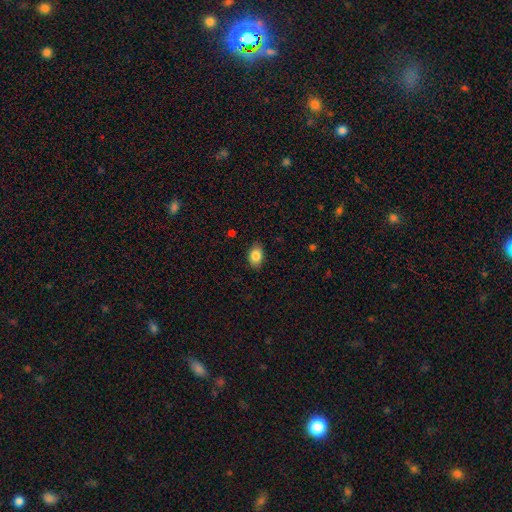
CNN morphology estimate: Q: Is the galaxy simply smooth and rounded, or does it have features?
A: smooth — 85%.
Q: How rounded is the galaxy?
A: in between — 84%.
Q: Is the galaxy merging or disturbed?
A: none — 87%.